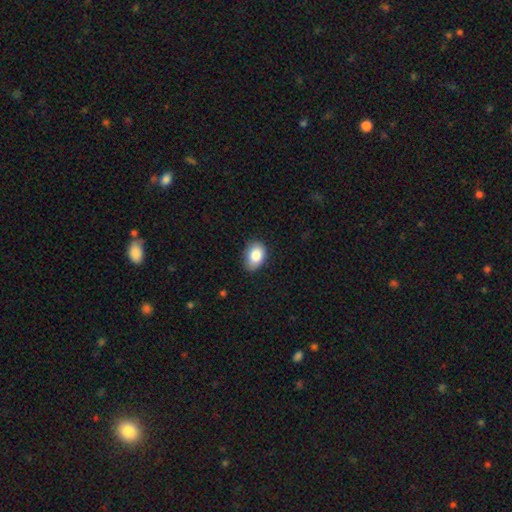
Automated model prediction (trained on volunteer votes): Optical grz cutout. It shows a smooth galaxy with no disk features (84%) that is in between round and cigar-shaped (79%). Merging: none (76%).